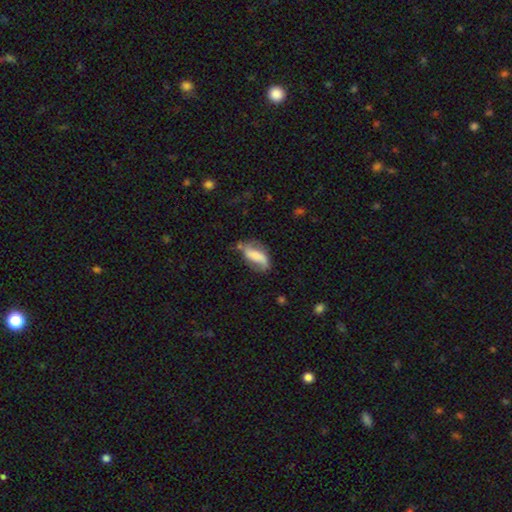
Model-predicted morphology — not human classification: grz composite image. It shows a featured or disk galaxy (52%). Merging: none (54%).